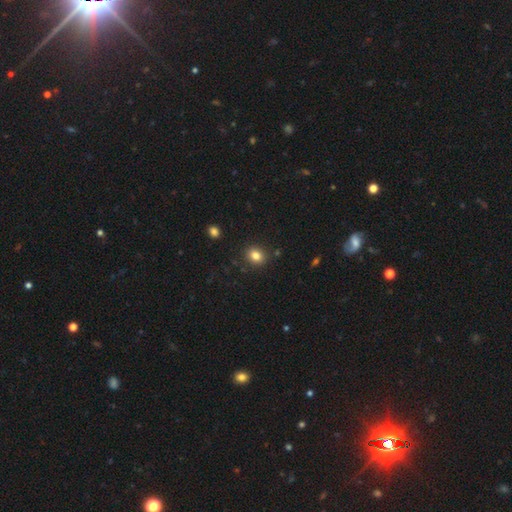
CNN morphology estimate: Smooth or featured: smooth — 82% (star or artifact — 11%)
How rounded: round — 62% (in between — 37%)
Merging: none — 87% (minor disturbance — 8%)